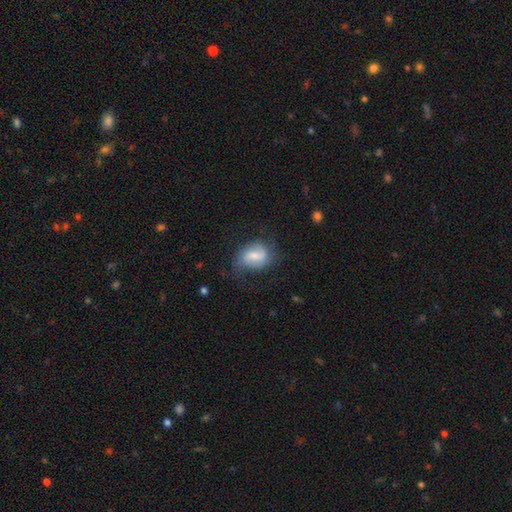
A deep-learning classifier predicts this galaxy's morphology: Smooth or featured: smooth — 49% (featured or disk — 44%)
Merging: none — 54% (minor disturbance — 29%)